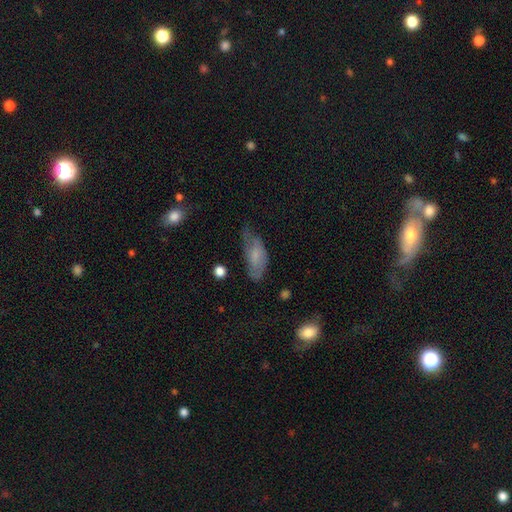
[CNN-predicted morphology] smooth 59%, featured or disk 33%, star or artifact 8%. Down the decision tree: how rounded — in between (84%); merging — none (42%).